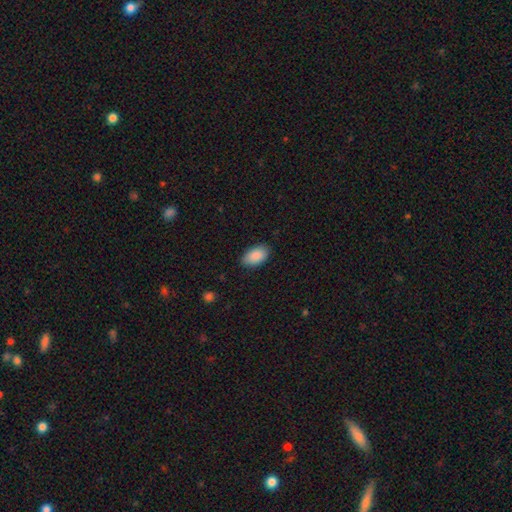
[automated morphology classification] Smooth or featured? Predicted: smooth (p=0.89). How rounded? Predicted: in between (p=0.95). Merging? Predicted: none (p=0.85).